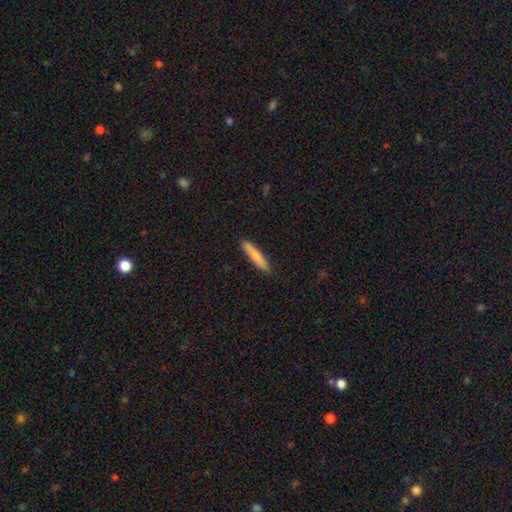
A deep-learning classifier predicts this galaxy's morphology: This appears to be a smooth galaxy with no disk features (79%) that is cigar-shaped (91%). Merging: none (89%).